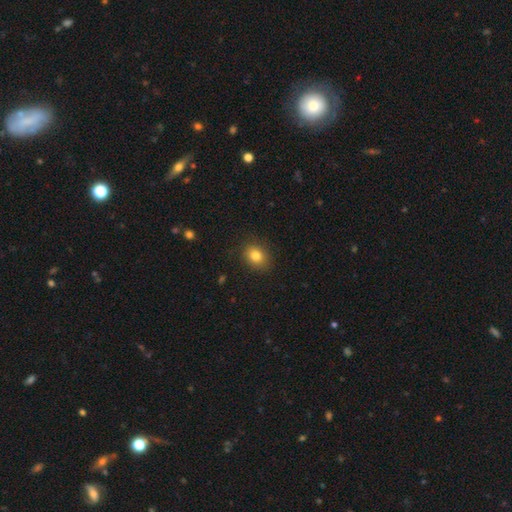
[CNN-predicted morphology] A smooth galaxy with no disk features (82%) that is round (52%). Merging: none (87%).